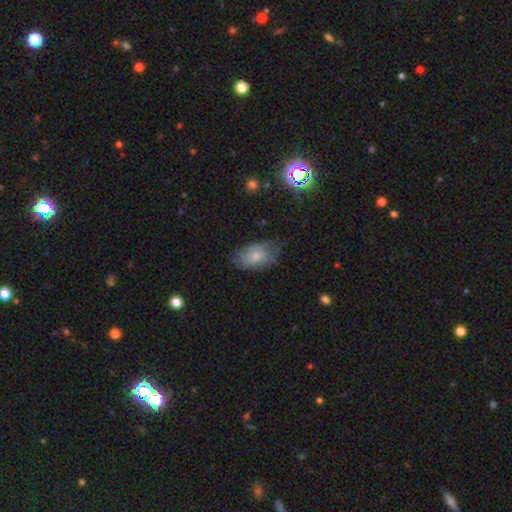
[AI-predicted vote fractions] This appears to be a smooth galaxy with no disk features (68%) that is in between round and cigar-shaped (91%). Merging: none (60%).